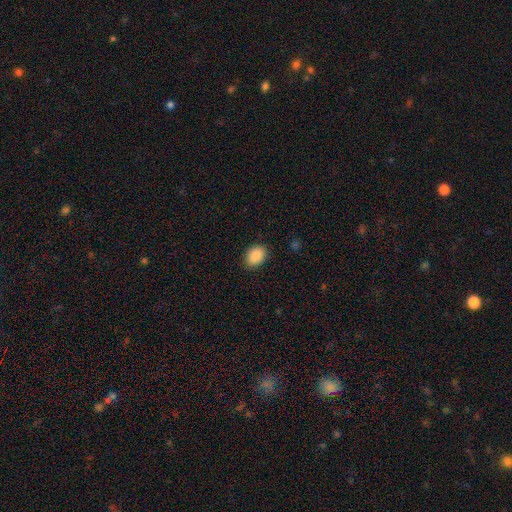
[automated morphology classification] A smooth galaxy with no disk features (90%) that is in between round and cigar-shaped (75%). Merging: none (87%).